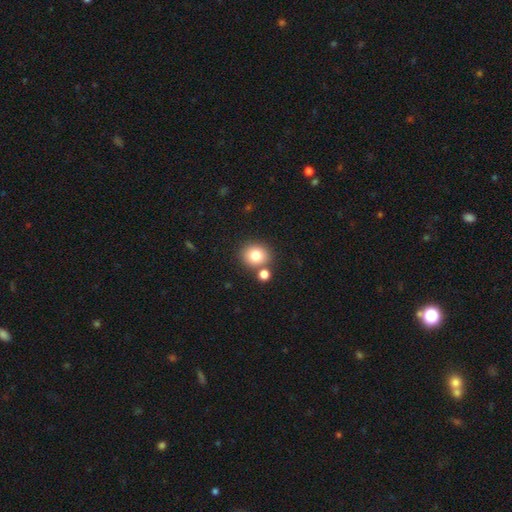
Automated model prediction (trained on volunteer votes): Smooth or featured? smooth (80%)
How rounded? round (79%)
Merging? none (72%)